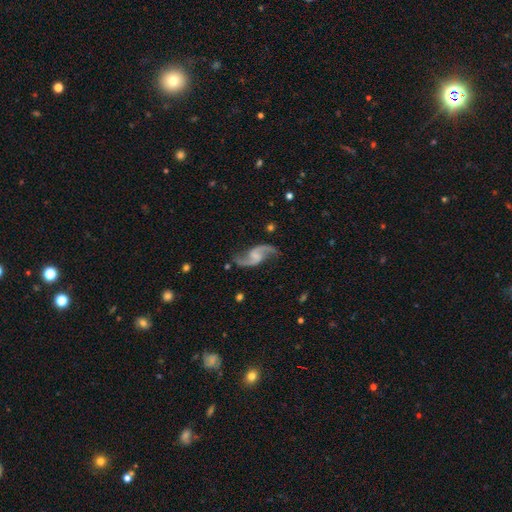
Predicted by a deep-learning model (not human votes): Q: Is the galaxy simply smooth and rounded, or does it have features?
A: featured or disk — 92%.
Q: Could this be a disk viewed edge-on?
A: no — 98%.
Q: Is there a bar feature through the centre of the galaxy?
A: weak — 46%.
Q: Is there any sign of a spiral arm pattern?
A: yes — 98%.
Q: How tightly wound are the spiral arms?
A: loose — 75%.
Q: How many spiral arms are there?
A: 2 — 95%.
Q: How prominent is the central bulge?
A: none — 46%.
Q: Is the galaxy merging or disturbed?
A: none — 80%.